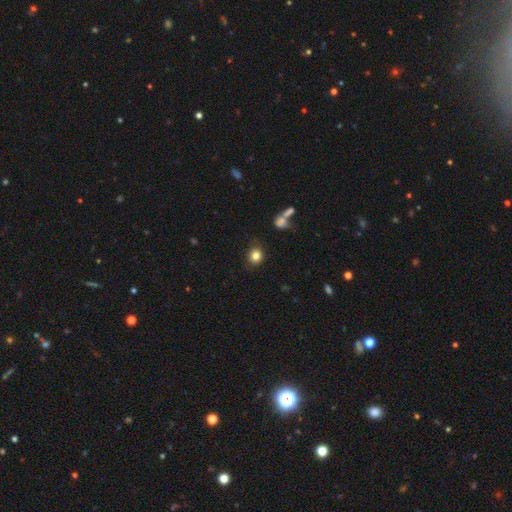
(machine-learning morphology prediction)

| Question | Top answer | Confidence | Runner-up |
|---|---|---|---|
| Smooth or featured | smooth | 83% | star or artifact (11%) |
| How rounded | round | 79% | in between (20%) |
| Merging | none | 83% | minor disturbance (10%) |